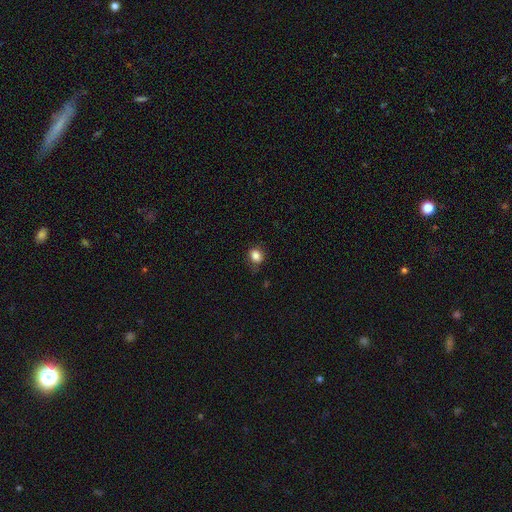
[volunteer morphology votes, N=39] type=smooth (87%); roundness=round (71%); merging=none (76%).